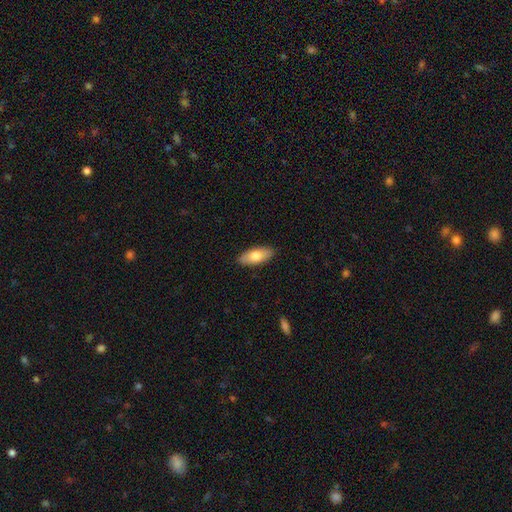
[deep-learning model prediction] Smooth or featured: smooth — 75% (featured or disk — 19%)
How rounded: in between — 84% (cigar-shaped — 14%)
Merging: none — 89% (minor disturbance — 9%)